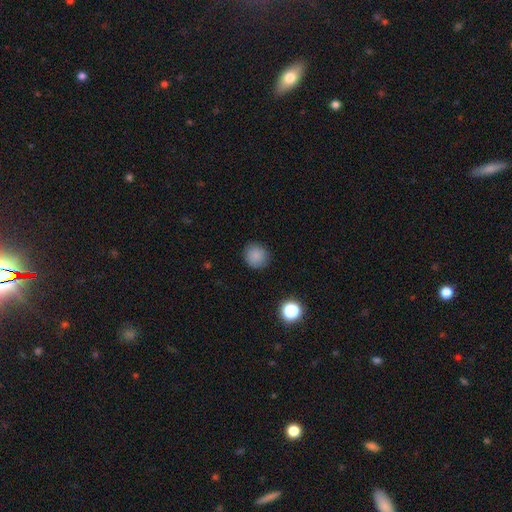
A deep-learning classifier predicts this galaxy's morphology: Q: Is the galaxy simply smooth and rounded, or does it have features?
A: smooth — 85%.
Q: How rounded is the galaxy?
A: round — 90%.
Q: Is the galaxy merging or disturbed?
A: none — 88%.